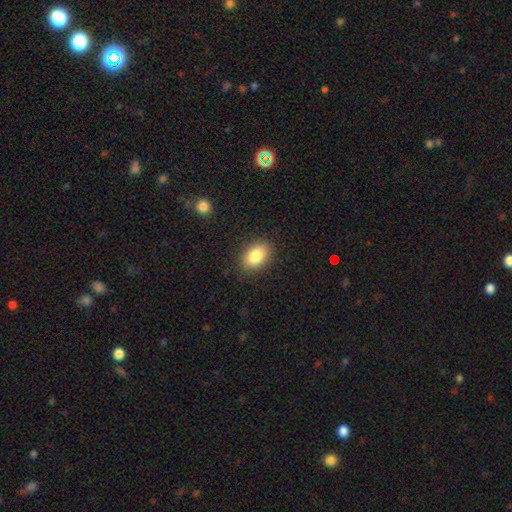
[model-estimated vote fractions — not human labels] A smooth galaxy with no disk features (85%) that is in between round and cigar-shaped (85%). Merging: none (88%).